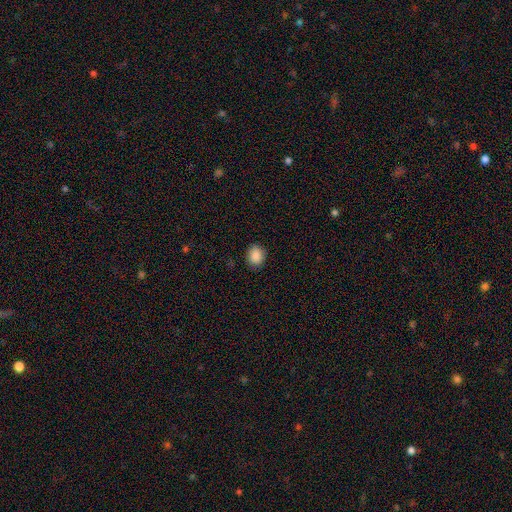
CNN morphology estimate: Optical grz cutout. It shows a smooth galaxy with no disk features (88%) that is round (52%). Merging: none (88%).